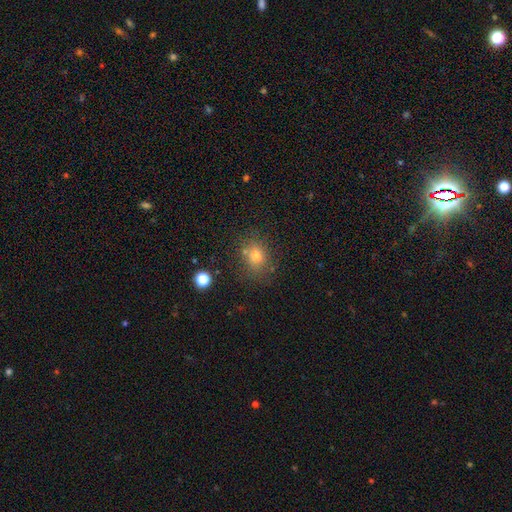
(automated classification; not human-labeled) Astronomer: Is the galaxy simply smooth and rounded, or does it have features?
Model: smooth — 73%.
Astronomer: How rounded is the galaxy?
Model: round — 63%.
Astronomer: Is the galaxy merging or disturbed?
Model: none — 72%.